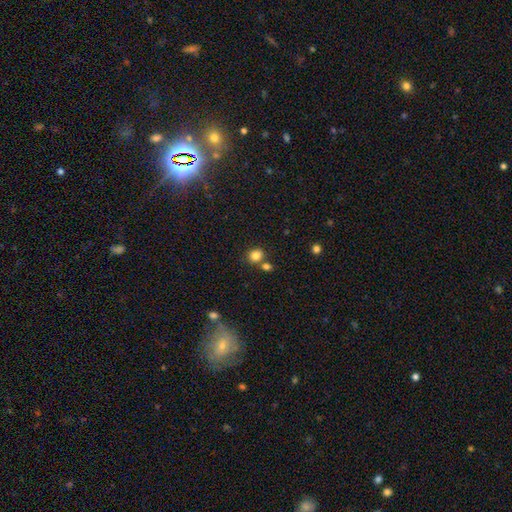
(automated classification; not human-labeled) Smooth or featured?
  - smooth: 82% *
  - star or artifact: 11%
  - featured or disk: 6%
How rounded?
  - round: 65% *
  - in between: 34%
  - cigar-shaped: 1%
Merging?
  - none: 64% *
  - merger: 22%
  - minor disturbance: 11%
  - major disturbance: 4%